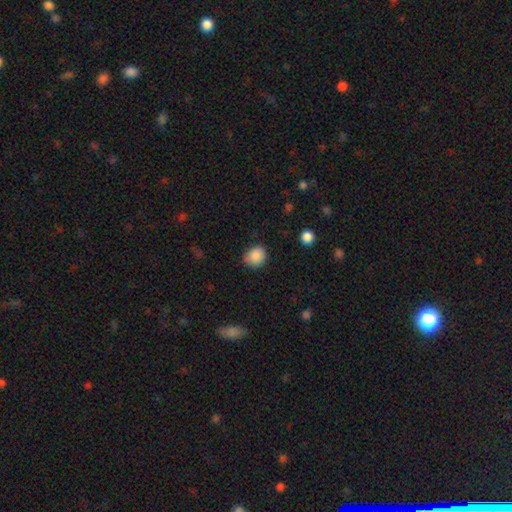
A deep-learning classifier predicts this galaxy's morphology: The model was most divided on "how rounded": round: 67%, in between: 32%, cigar-shaped: 1%. More confident: smooth or featured — smooth (87%); merging — none (74%).